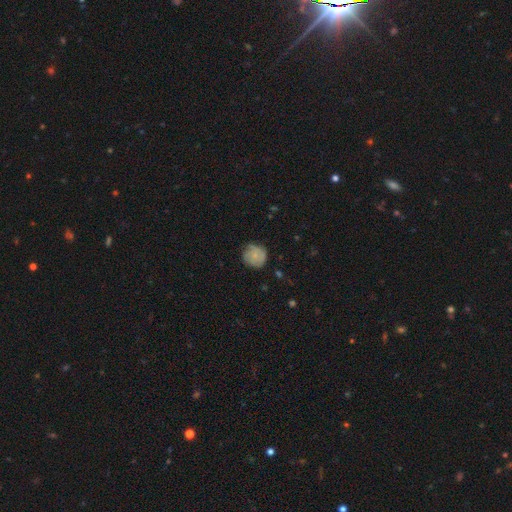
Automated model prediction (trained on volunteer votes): This appears to be a smooth galaxy with no disk features (64%) that is round (89%). Merging: none (72%).